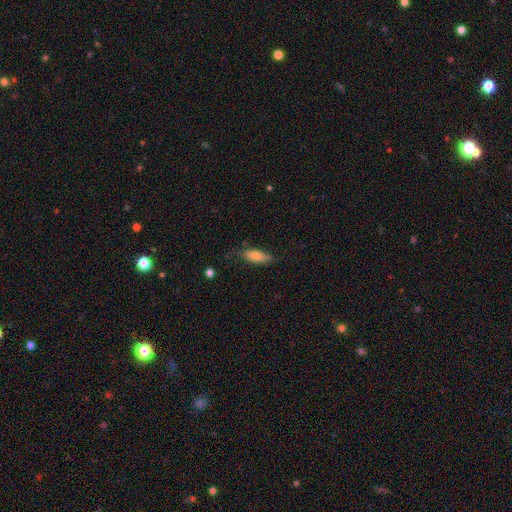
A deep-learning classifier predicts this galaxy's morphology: Smooth or featured? smooth (73%)
How rounded? in between (69%)
Merging? none (66%)